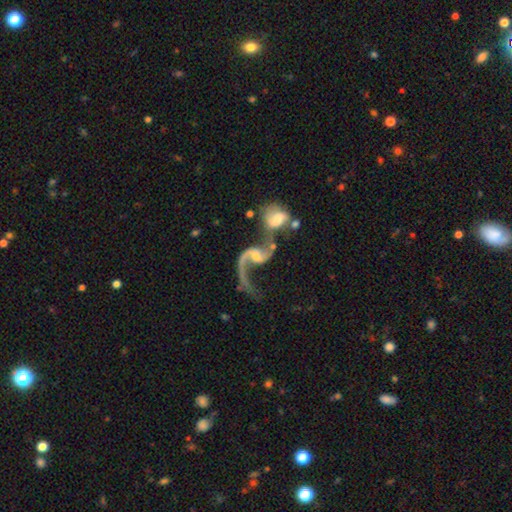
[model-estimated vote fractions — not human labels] Smooth or featured? featured or disk (87%)
Edge-on disk? no (97%)
Bar? no (45%)
Spiral arms? yes (94%)
Spiral winding? loose (84%)
Spiral arm count? 2 (75%)
Bulge size? small (45%)
Merging? merger (53%)